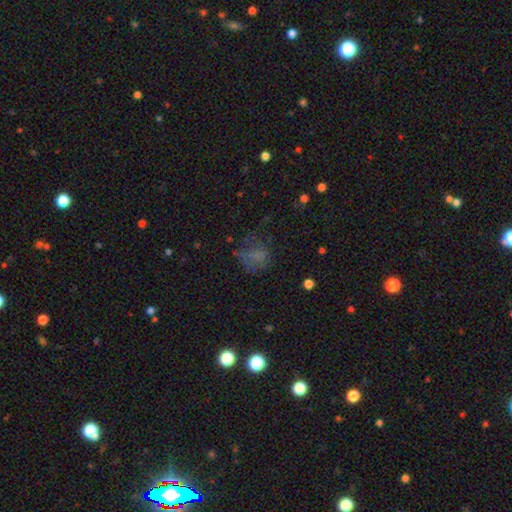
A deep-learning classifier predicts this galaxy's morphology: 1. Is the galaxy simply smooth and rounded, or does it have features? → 56% smooth, 23% star or artifact, 21% featured or disk.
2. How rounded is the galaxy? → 56% round, 42% in between, 2% cigar-shaped.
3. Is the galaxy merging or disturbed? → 44% none, 30% major disturbance, 23% minor disturbance, 3% merger.